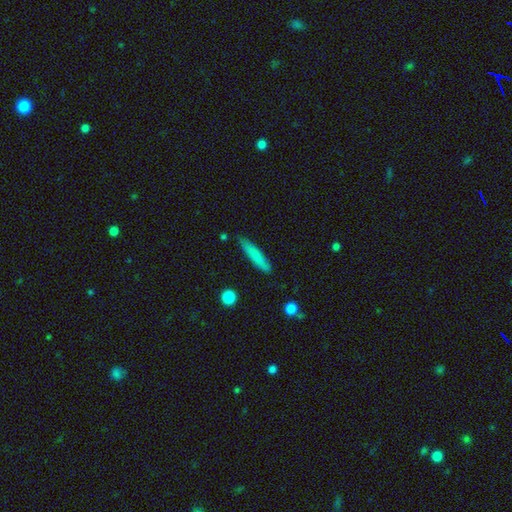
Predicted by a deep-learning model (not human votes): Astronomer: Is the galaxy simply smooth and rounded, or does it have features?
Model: smooth — 77%.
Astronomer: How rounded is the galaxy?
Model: cigar-shaped — 91%.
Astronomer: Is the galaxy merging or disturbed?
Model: none — 82%.